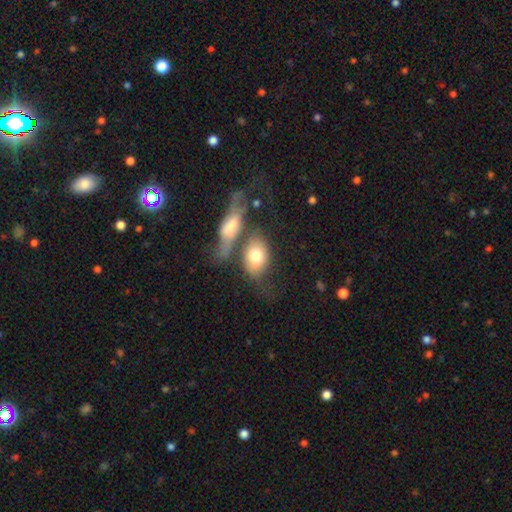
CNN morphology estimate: smooth-or-featured: smooth: 69% | featured or disk: 25% | star or artifact: 7%
  how-rounded: in between: 76% | round: 20% | cigar-shaped: 4%
  merging: merger: 41% | none: 33% | minor disturbance: 15% | major disturbance: 12%